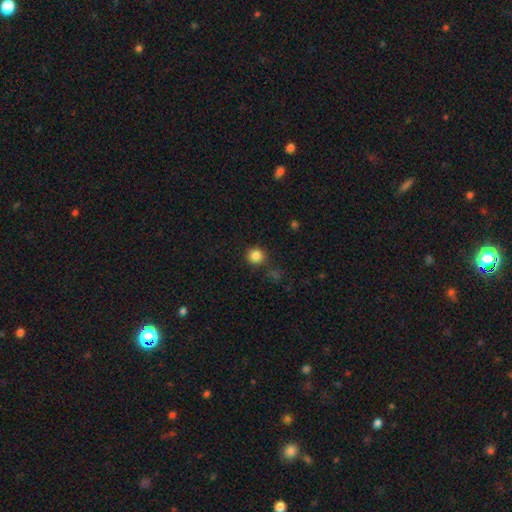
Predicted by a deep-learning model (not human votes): Overall: smooth (84%). How rounded: round (91%). Merging: none (84%).